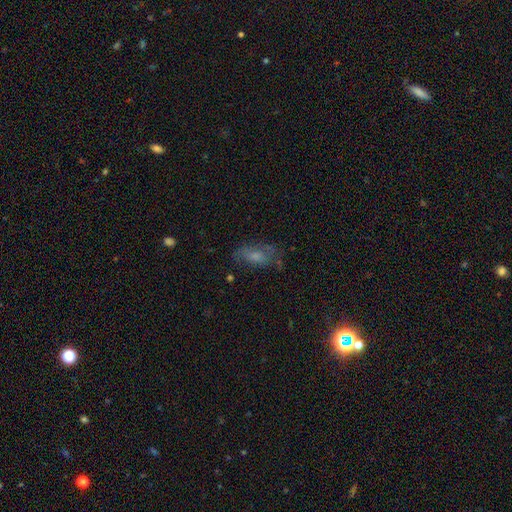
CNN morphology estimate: A smooth galaxy with no disk features (54%) that is in between round and cigar-shaped (84%). Merging: none (56%).